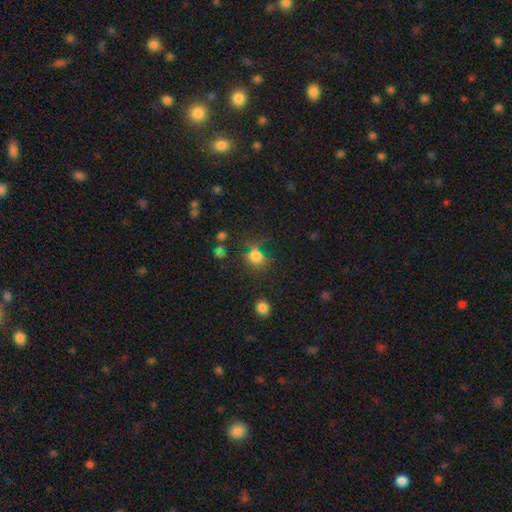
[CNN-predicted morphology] Smooth or featured? Predicted: smooth (p=0.71). How rounded? Predicted: round (p=0.74). Merging? Predicted: none (p=0.68).